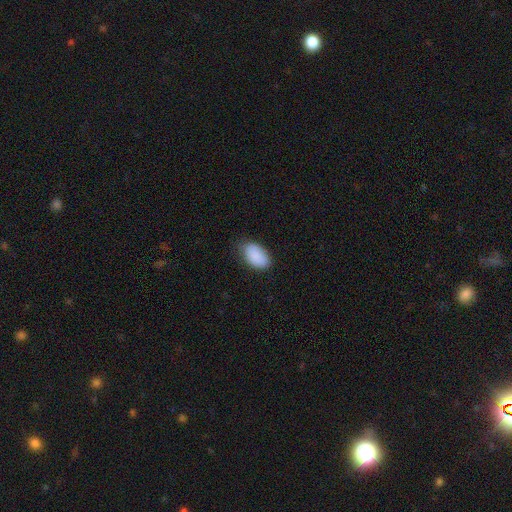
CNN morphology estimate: smooth 89%, star or artifact 7%, featured or disk 5%. Down the decision tree: how rounded — in between (94%); merging — none (74%).